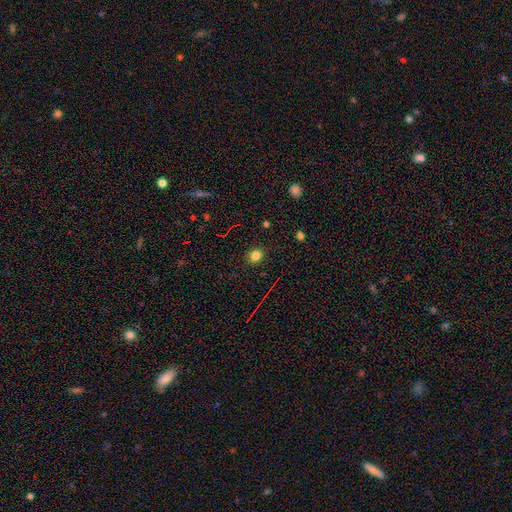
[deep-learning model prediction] A smooth galaxy with no disk features (79%) that is round (75%).

Vote fractions:
- Smooth or featured? smooth: 79% / star or artifact: 15% / featured or disk: 6%
- How rounded? round: 75% / in between: 23% / cigar-shaped: 1%
- Merging? none: 89% / minor disturbance: 8% / major disturbance: 2% / merger: 1%